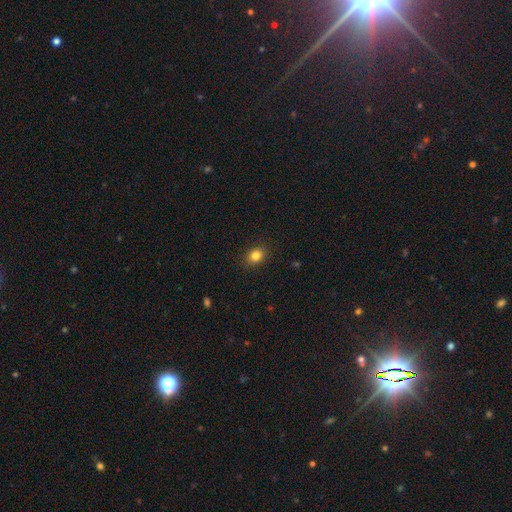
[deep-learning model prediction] smooth_or_featured: smooth (p=0.83) [alt: star or artifact p=0.11]
how_rounded: in between (p=0.50) [alt: round p=0.49]
merging: none (p=0.89) [alt: minor disturbance p=0.08]